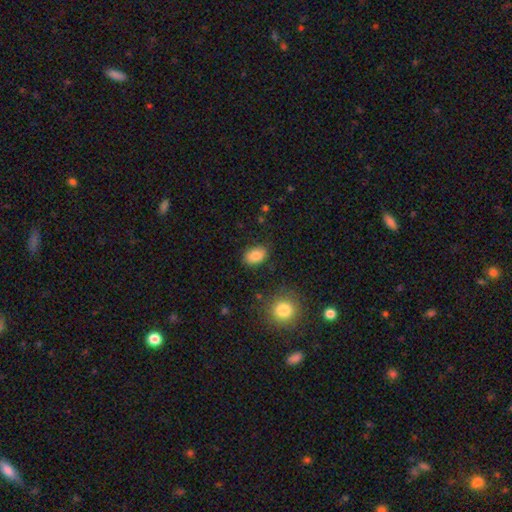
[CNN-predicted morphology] smooth 84%, star or artifact 9%, featured or disk 8%. Down the decision tree: how rounded — in between (82%); merging — none (84%).